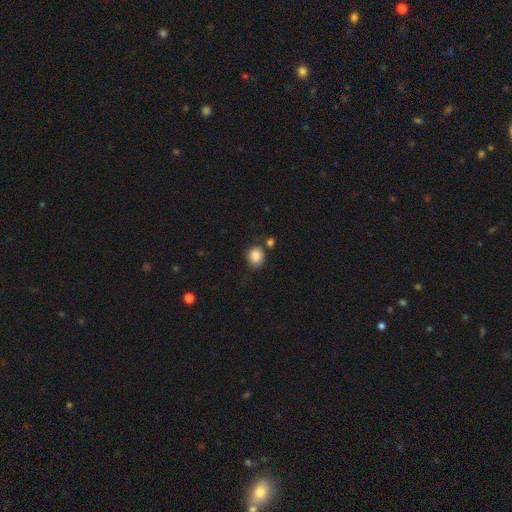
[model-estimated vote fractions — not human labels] Smooth or featured: smooth — 86% (star or artifact — 9%)
How rounded: round — 65% (in between — 34%)
Merging: none — 67% (minor disturbance — 17%)